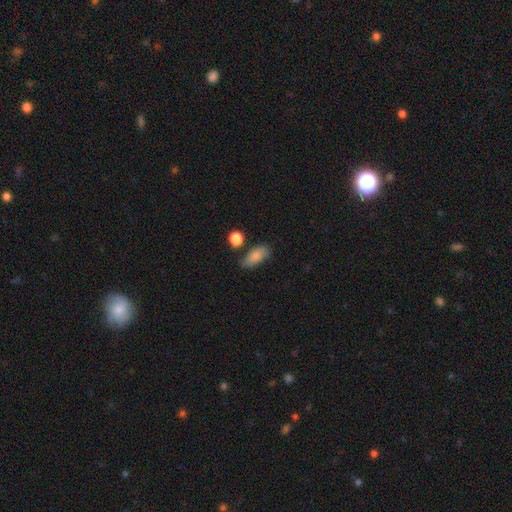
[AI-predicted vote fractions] smooth_or_featured: smooth (p=0.83) [alt: featured or disk p=0.09]
how_rounded: in between (p=0.87) [alt: cigar-shaped p=0.08]
merging: none (p=0.70) [alt: minor disturbance p=0.19]